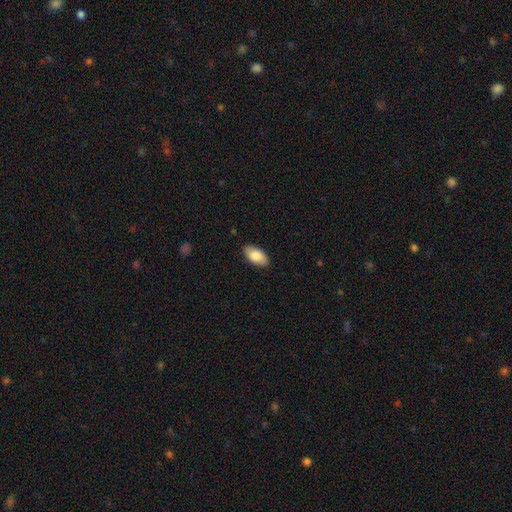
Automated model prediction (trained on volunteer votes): Smooth or featured? Predicted: smooth (p=0.82). How rounded? Predicted: in between (p=0.94). Merging? Predicted: none (p=0.86).